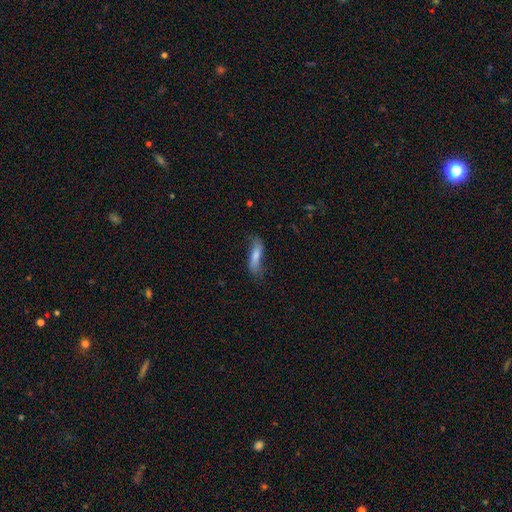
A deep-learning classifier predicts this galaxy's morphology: Overall: smooth (67%). How rounded: cigar-shaped (56%; in between 42%). Merging: none (60%; minor disturbance 27%).